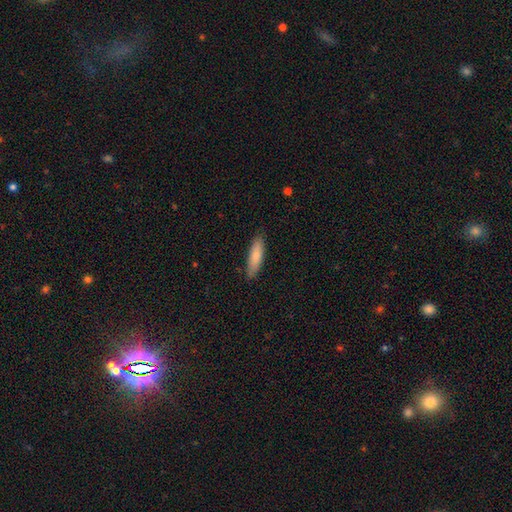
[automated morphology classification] Smooth or featured?
  - smooth: 82% *
  - featured or disk: 13%
  - star or artifact: 5%
How rounded?
  - cigar-shaped: 64% *
  - in between: 35%
  - round: 1%
Merging?
  - none: 86% *
  - minor disturbance: 11%
  - major disturbance: 2%
  - merger: 1%